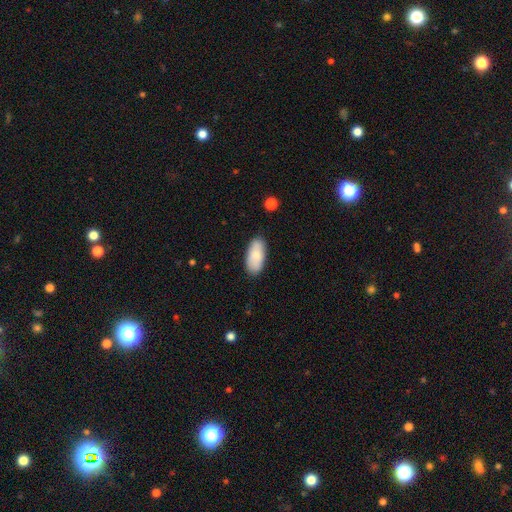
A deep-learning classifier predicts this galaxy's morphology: smooth_or_featured: smooth (p=0.81) [alt: featured or disk p=0.12]
how_rounded: in between (p=0.92) [alt: cigar-shaped p=0.06]
merging: none (p=0.85) [alt: minor disturbance p=0.12]